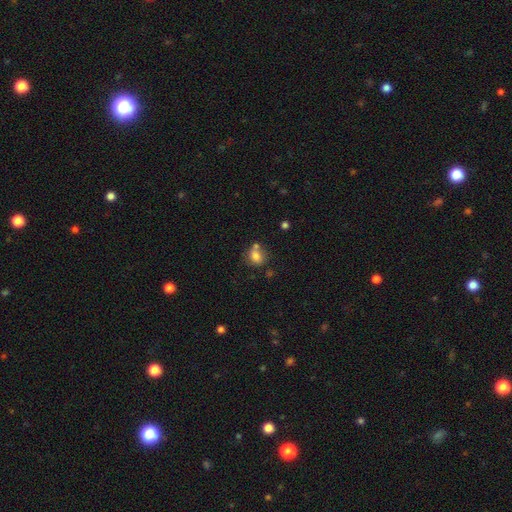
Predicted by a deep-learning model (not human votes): Smooth or featured? Predicted: smooth (p=0.78). How rounded? Predicted: round (p=0.57). Merging? Predicted: none (p=0.51).